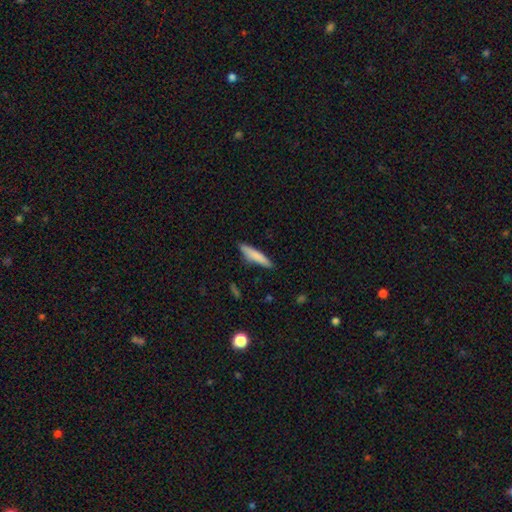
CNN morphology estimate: A smooth galaxy with no disk features (80%) that is cigar-shaped (85%).

Vote fractions:
- Smooth or featured? smooth: 80% / featured or disk: 14% / star or artifact: 6%
- How rounded? cigar-shaped: 85% / in between: 13% / round: 1%
- Merging? none: 85% / minor disturbance: 11% / major disturbance: 2% / merger: 2%